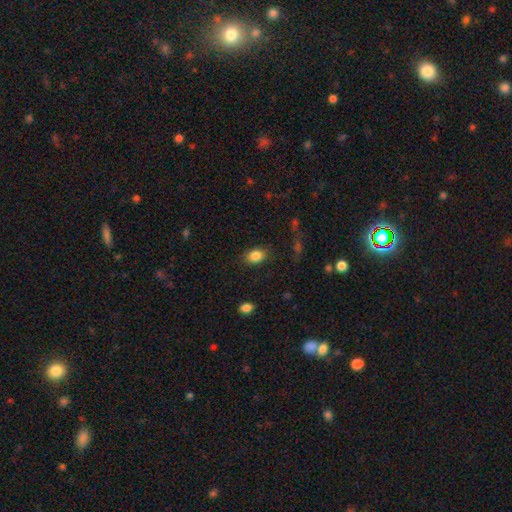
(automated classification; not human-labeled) smooth 85%, star or artifact 9%, featured or disk 6%. Down the decision tree: how rounded — in between (76%); merging — none (84%).